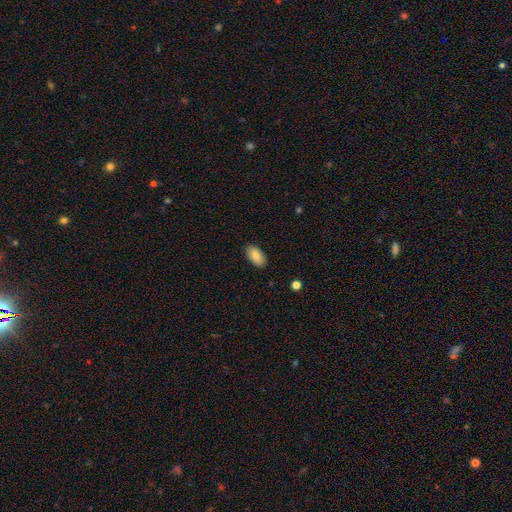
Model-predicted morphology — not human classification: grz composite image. It shows a smooth galaxy with no disk features (85%) that is in between round and cigar-shaped (94%). Merging: none (88%).